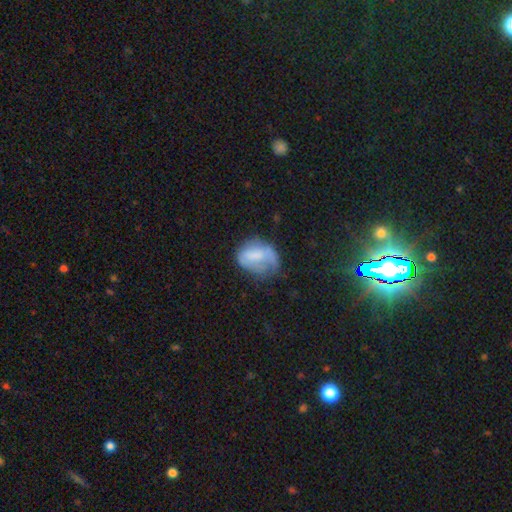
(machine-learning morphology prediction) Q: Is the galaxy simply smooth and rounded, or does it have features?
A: smooth — 57%.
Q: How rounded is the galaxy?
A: in between — 66%.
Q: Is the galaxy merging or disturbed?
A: none — 37%.